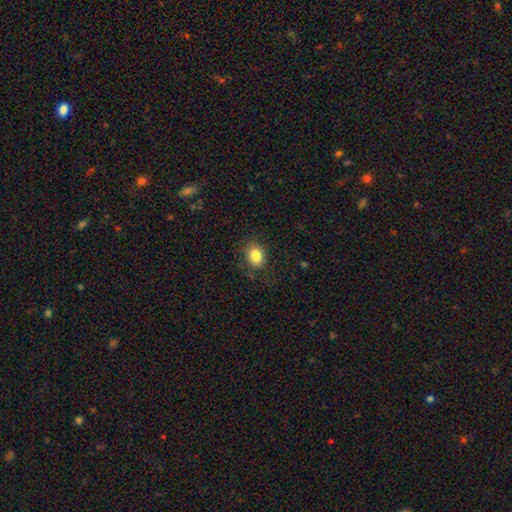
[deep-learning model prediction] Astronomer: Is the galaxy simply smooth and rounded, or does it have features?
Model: smooth — 84%.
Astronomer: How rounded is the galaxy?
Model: in between — 65%.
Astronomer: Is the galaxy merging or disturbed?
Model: none — 78%.